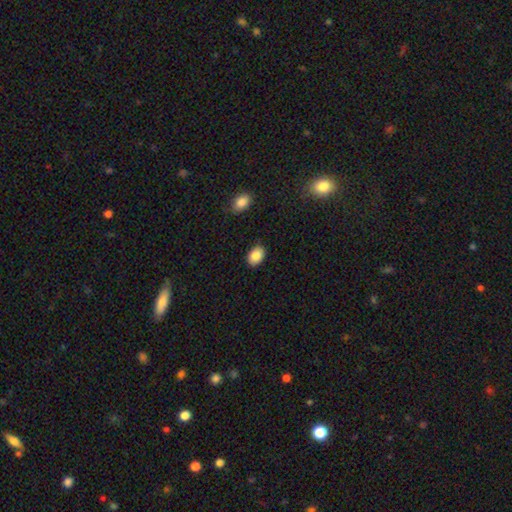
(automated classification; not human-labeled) smooth 87%, star or artifact 8%, featured or disk 6%. Down the decision tree: how rounded — in between (82%); merging — none (86%).